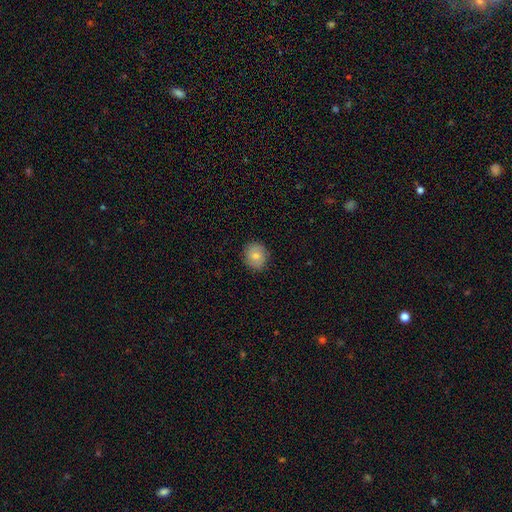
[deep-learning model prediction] smooth-or-featured: smooth: 78% | featured or disk: 13% | star or artifact: 8%
  how-rounded: round: 82% | in between: 17% | cigar-shaped: 1%
  merging: none: 88% | minor disturbance: 9% | major disturbance: 2% | merger: 1%